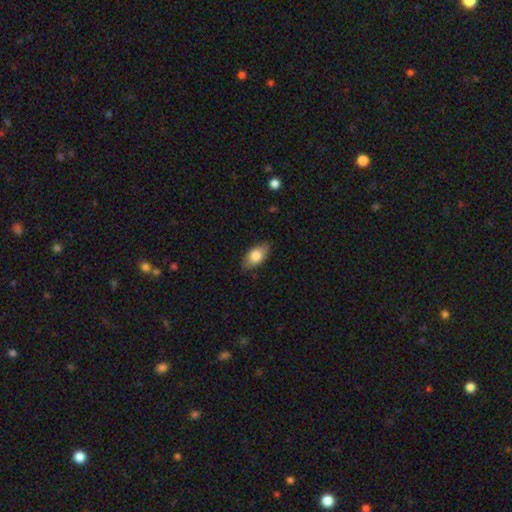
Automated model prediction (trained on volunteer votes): The model was most divided on "smooth or featured": smooth: 78%, featured or disk: 16%, star or artifact: 7%. More confident: how rounded — in between (91%); merging — none (85%).